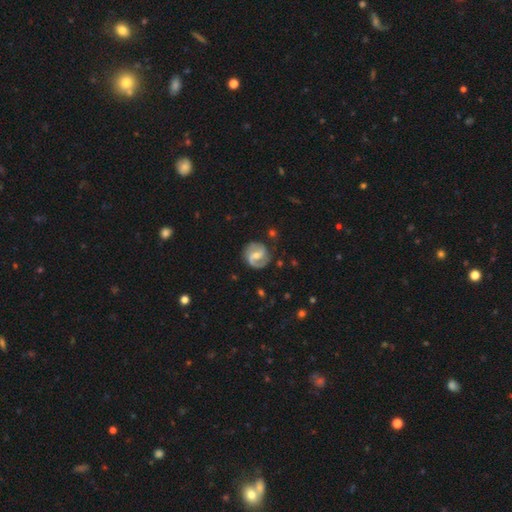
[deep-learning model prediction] Overall: featured or disk (85%). Edge-on disk: no (98%). Bar: weak (51%; strong 25%). Spiral arms: yes (96%). Spiral arm count: 2 (88%). Spiral winding: medium (52%; tight 29%). Bulge size: moderate (47%; small 45%). Merging: none (80%).